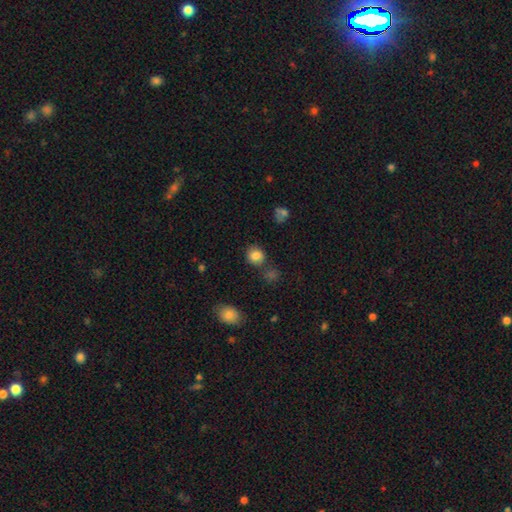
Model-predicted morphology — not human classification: The model was most divided on "how rounded": round: 74%, in between: 25%, cigar-shaped: 1%. More confident: smooth or featured — smooth (83%); merging — none (73%).